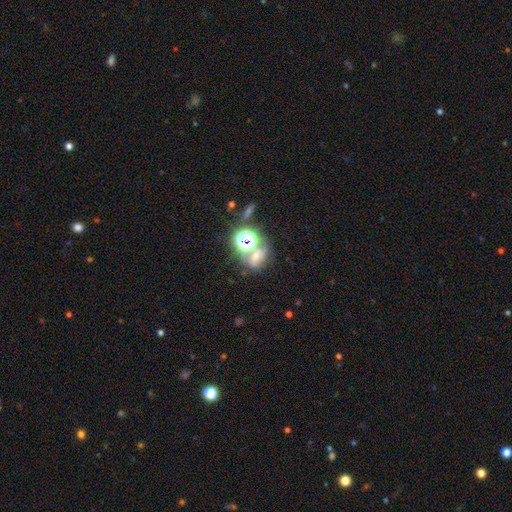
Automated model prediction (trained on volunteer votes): Smooth or featured?
  - smooth: 44% *
  - star or artifact: 38%
  - featured or disk: 18%
Merging?
  - none: 42% *
  - merger: 38%
  - minor disturbance: 12%
  - major disturbance: 8%